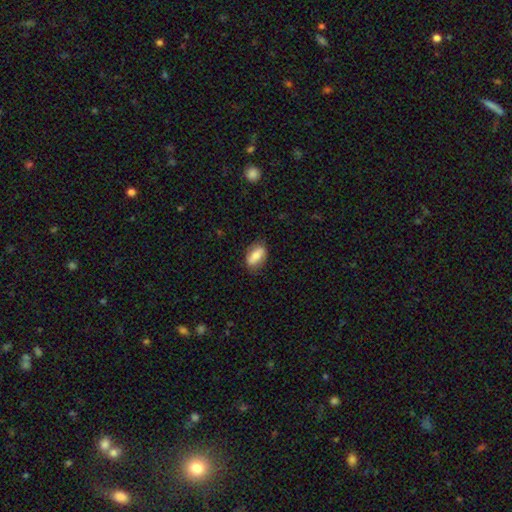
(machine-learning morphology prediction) type=smooth (67%); roundness=in between (85%); merging=none (80%).